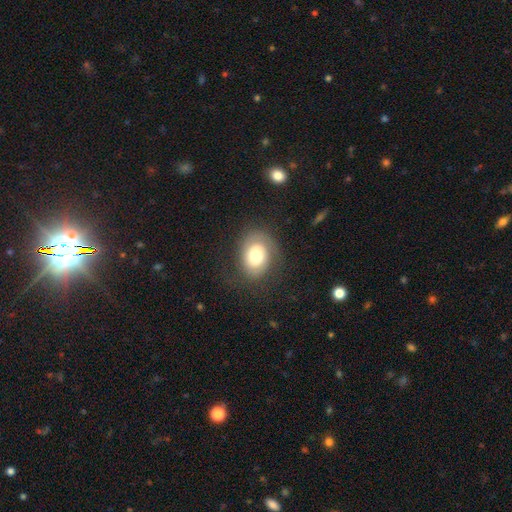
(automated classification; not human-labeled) Smooth or featured? Predicted: smooth (p=0.49). Merging? Predicted: none (p=0.70).